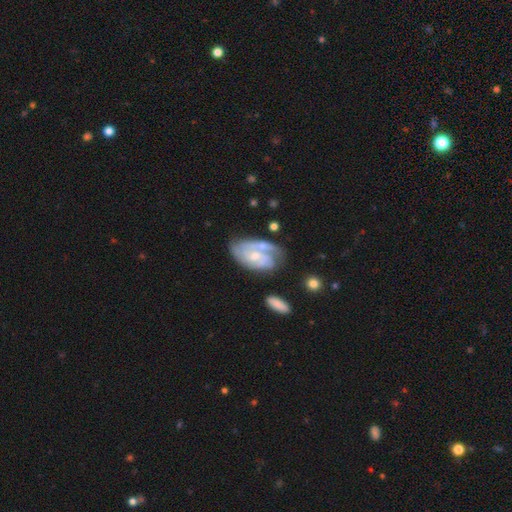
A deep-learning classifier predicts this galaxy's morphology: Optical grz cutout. It shows a featured or disk galaxy (78%) with no bar (57%), 2 (40%) tight (53%) spiral arms (91%) and a small central bulge (57%). Merging: none (53%).